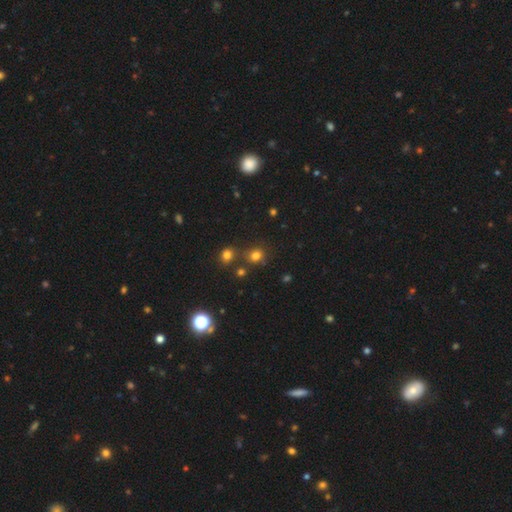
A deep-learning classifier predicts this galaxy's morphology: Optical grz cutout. It shows a smooth galaxy with no disk features (74%) that is round (75%). Merging: none (69%).